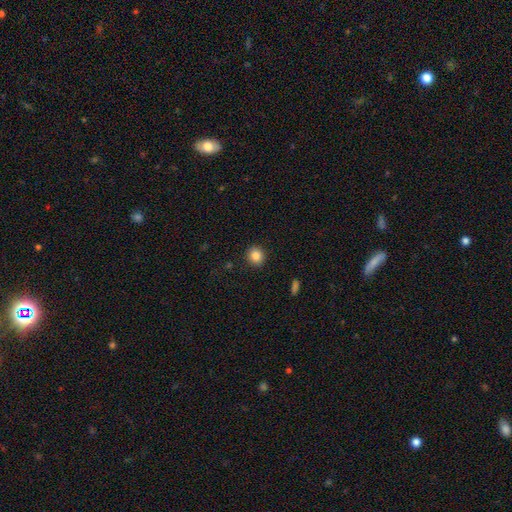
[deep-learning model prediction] smooth_or_featured: smooth (p=0.84) [alt: star or artifact p=0.10]
how_rounded: round (p=0.86) [alt: in between p=0.13]
merging: none (p=0.91) [alt: minor disturbance p=0.06]